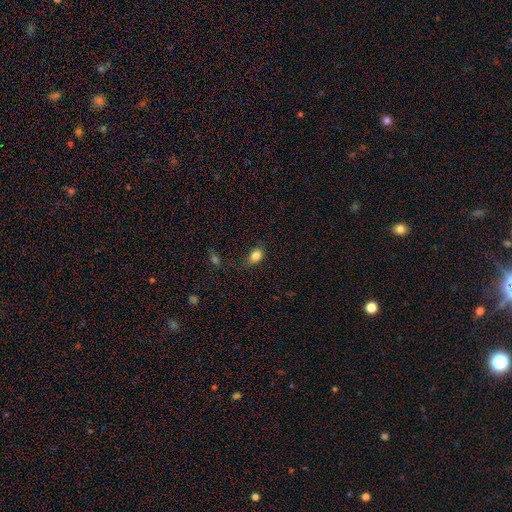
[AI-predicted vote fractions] Overall: smooth (83%). How rounded: in between (78%). Merging: none (74%).